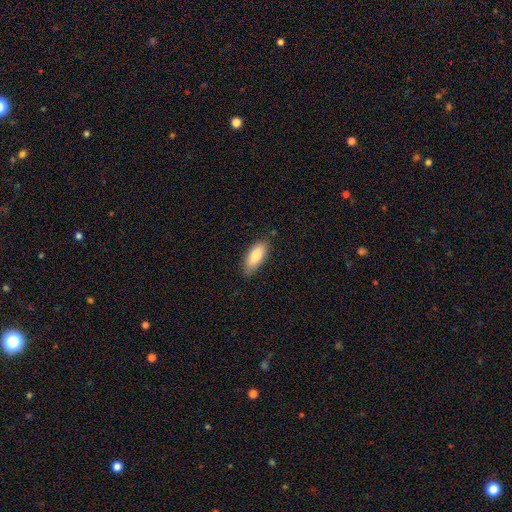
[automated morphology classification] Smooth or featured? Predicted: smooth (p=0.81). How rounded? Predicted: in between (p=0.81). Merging? Predicted: none (p=0.79).